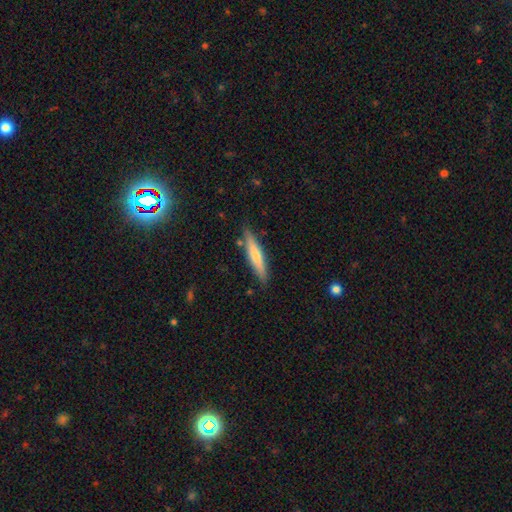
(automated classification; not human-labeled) Overall: smooth (62%; featured or disk 33%). How rounded: cigar-shaped (88%). Merging: none (83%).